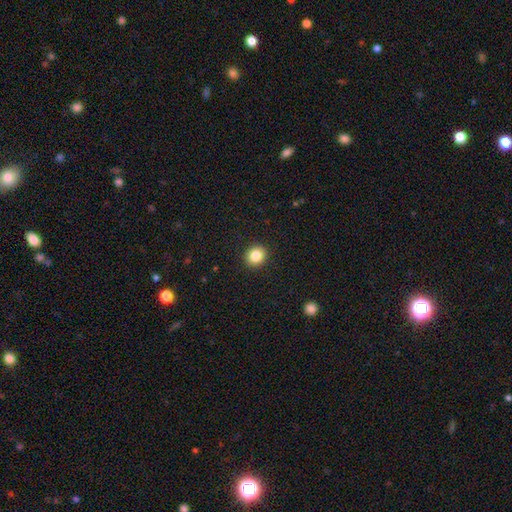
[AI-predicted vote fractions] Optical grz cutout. It shows a smooth galaxy with no disk features (84%) that is round (84%). Merging: none (92%).